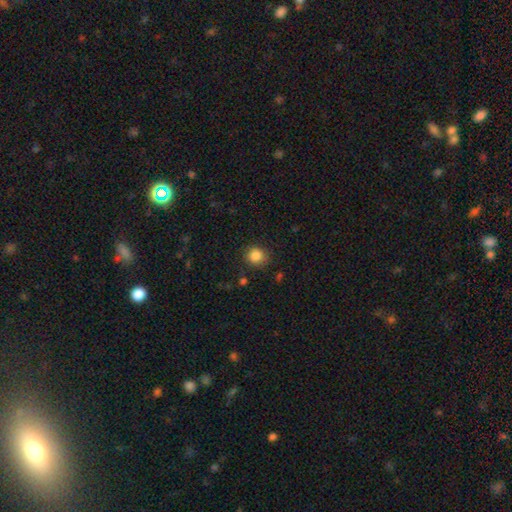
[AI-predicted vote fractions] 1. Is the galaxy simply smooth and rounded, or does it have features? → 86% smooth, 10% star or artifact, 4% featured or disk.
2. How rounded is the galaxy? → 84% round, 15% in between, 1% cigar-shaped.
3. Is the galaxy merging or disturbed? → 82% none, 13% minor disturbance, 4% major disturbance, 2% merger.